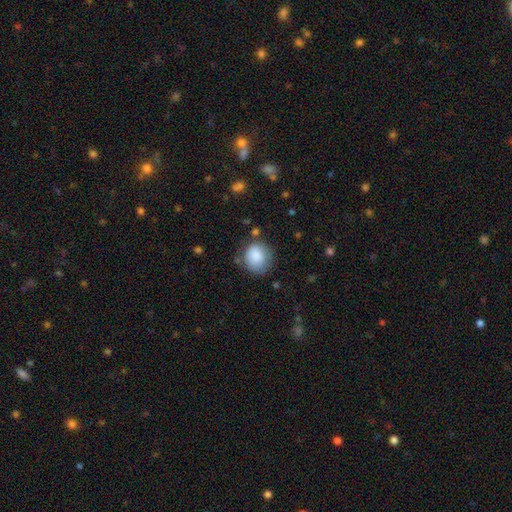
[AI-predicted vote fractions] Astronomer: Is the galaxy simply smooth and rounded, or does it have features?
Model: smooth — 85%.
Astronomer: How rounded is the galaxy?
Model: round — 75%.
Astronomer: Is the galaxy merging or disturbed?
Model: none — 67%.